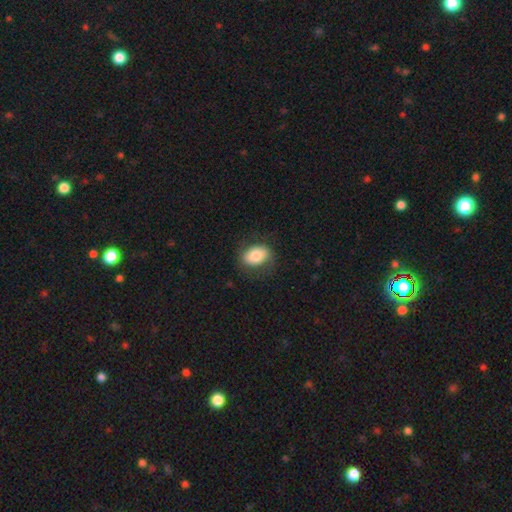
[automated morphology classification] smooth_or_featured: smooth (p=0.75) [alt: featured or disk p=0.18]
how_rounded: in between (p=0.75) [alt: round p=0.23]
merging: none (p=0.75) [alt: minor disturbance p=0.16]